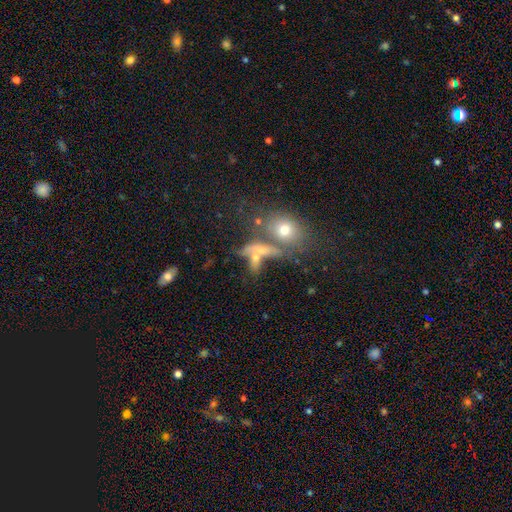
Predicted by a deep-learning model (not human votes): smooth-or-featured: smooth: 47% | featured or disk: 36% | star or artifact: 18%
  merging: merger: 37% (tied) | none: 37% (tied) | minor disturbance: 14% | major disturbance: 12%